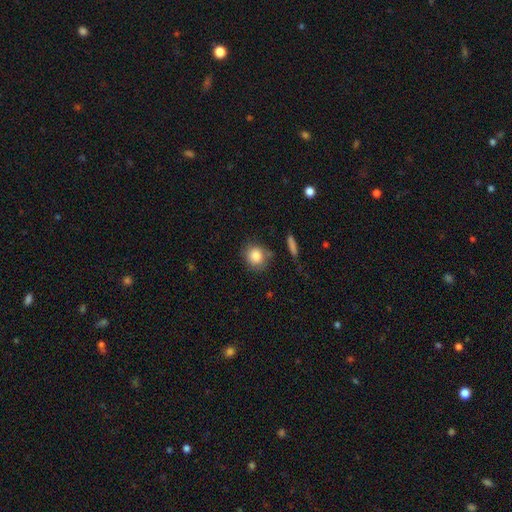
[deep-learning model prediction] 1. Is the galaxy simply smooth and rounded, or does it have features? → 85% smooth, 8% star or artifact, 7% featured or disk.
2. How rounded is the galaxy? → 77% round, 22% in between, 2% cigar-shaped.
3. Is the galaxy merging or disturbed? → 72% none, 17% minor disturbance, 6% merger, 5% major disturbance.